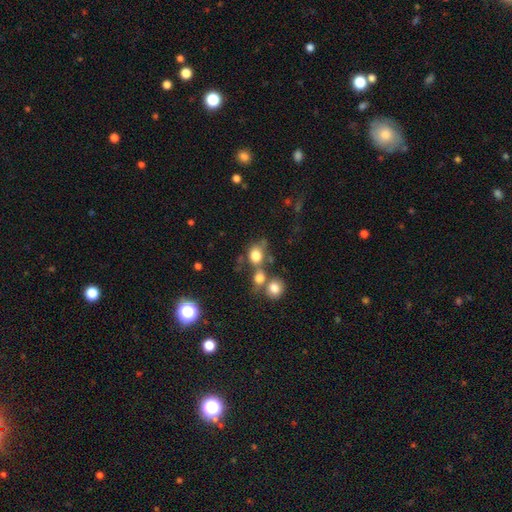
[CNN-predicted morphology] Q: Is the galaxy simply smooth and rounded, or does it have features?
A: smooth — 77%.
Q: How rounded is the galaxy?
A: round — 61%.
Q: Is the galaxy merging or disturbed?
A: none — 42%.